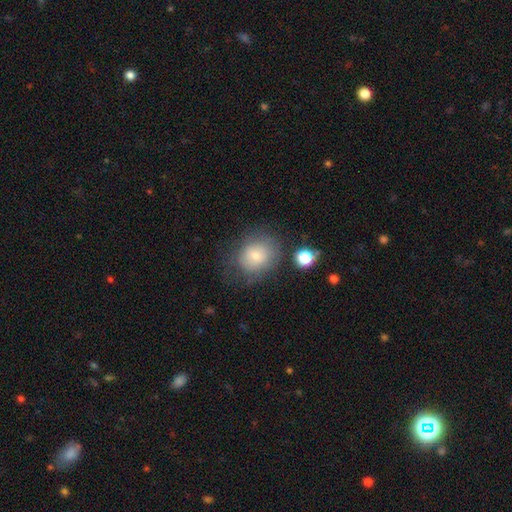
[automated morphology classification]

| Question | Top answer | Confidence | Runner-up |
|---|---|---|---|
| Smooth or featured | smooth | 72% | featured or disk (17%) |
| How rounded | round | 65% | in between (34%) |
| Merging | none | 66% | minor disturbance (20%) |